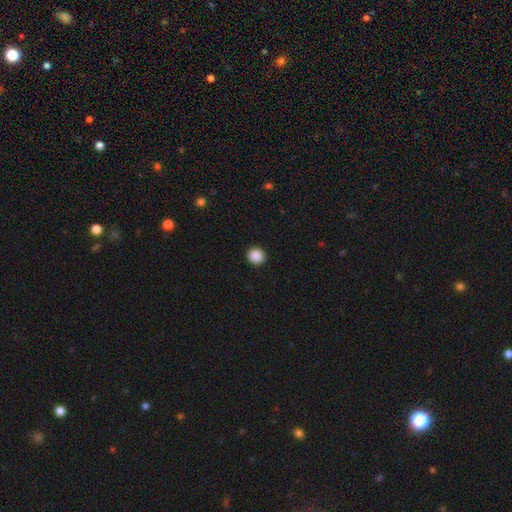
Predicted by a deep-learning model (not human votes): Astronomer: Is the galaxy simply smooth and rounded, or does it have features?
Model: smooth — 89%.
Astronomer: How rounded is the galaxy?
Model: round — 92%.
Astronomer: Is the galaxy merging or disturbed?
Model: none — 93%.